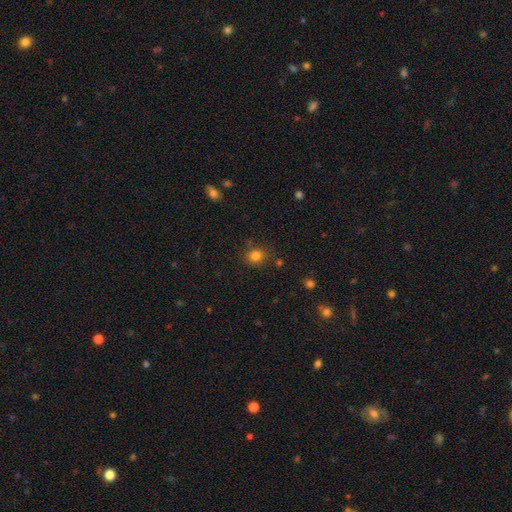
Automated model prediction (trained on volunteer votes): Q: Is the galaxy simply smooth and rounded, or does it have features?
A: smooth — 81%.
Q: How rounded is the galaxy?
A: round — 79%.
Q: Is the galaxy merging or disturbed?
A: none — 82%.